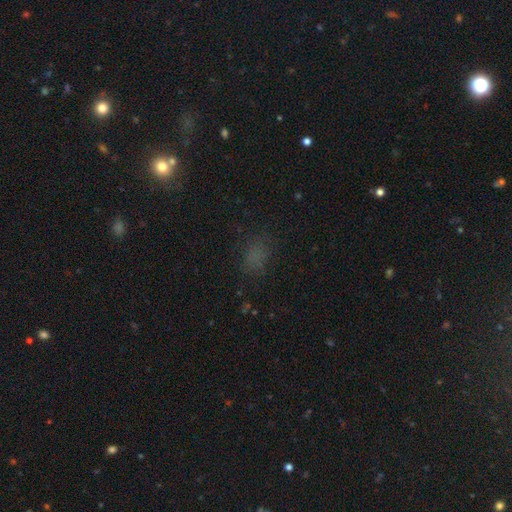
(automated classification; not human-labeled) A smooth galaxy with no disk features (66%) that is in between round and cigar-shaped (67%).

Vote fractions:
- Smooth or featured? smooth: 66% / star or artifact: 26% / featured or disk: 9%
- How rounded? in between: 67% / round: 30% / cigar-shaped: 3%
- Merging? none: 73% / minor disturbance: 15% / major disturbance: 9% / merger: 2%